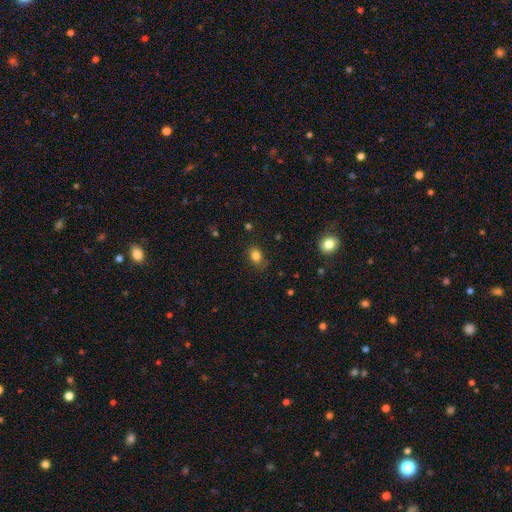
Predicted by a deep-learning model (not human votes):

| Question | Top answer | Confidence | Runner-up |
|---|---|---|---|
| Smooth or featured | smooth | 82% | star or artifact (12%) |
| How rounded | in between | 65% | round (34%) |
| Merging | none | 75% | minor disturbance (19%) |